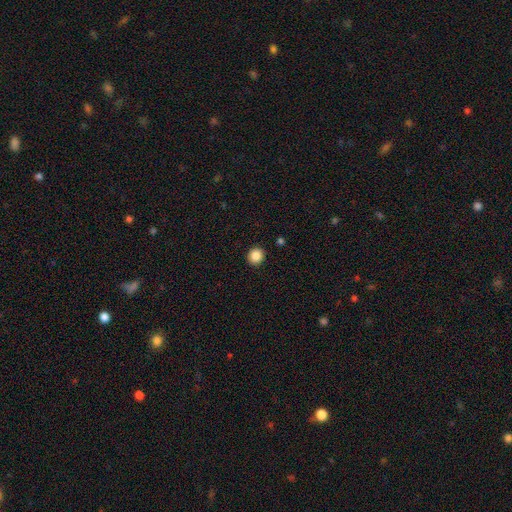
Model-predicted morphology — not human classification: type=smooth (87%); roundness=round (90%); merging=none (92%).